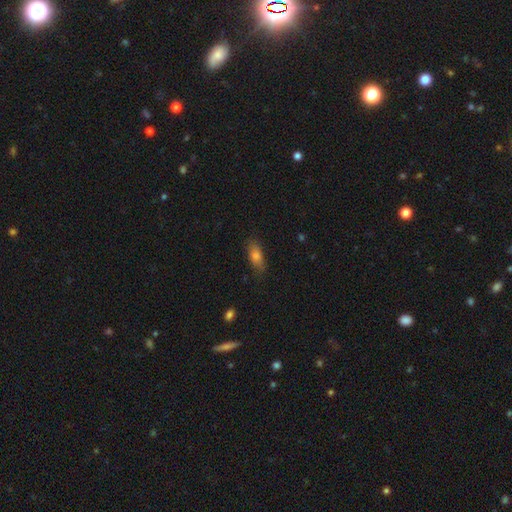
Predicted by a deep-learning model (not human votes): A smooth galaxy with no disk features (77%) that is in between round and cigar-shaped (71%). Merging: none (79%).